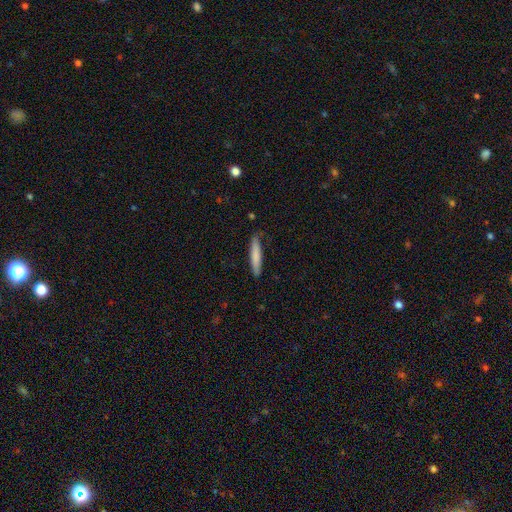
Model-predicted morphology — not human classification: Smooth or featured? Predicted: smooth (p=0.78). How rounded? Predicted: cigar-shaped (p=0.89). Merging? Predicted: none (p=0.80).